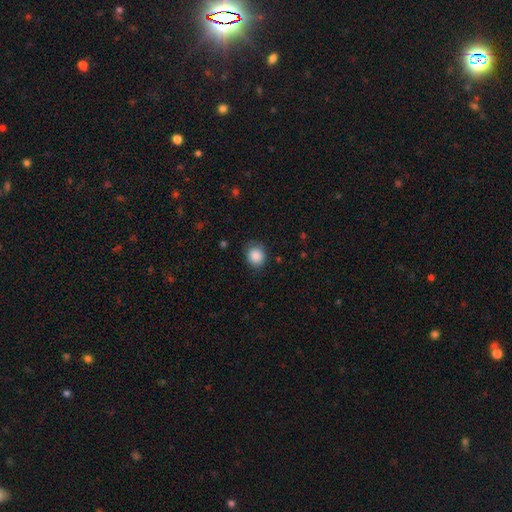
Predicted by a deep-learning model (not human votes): Smooth or featured? smooth (88%)
How rounded? round (77%)
Merging? none (81%)